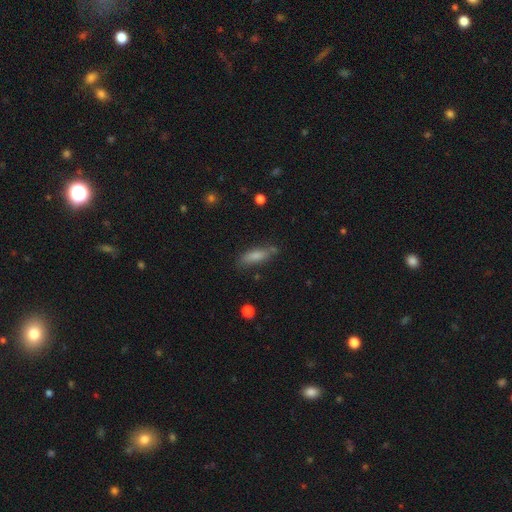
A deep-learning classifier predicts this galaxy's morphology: A smooth galaxy with no disk features (77%) that is cigar-shaped (53%). Merging: none (70%).